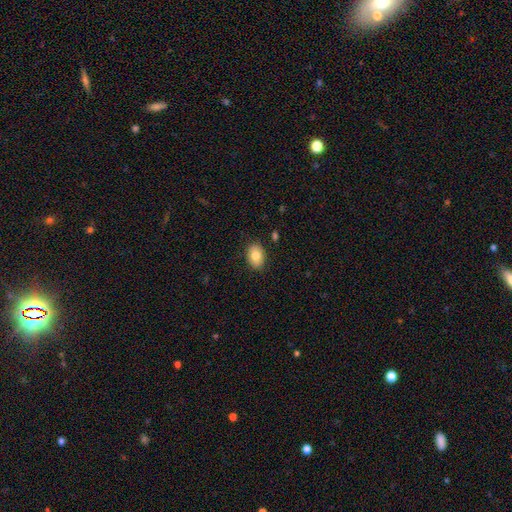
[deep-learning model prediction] smooth-or-featured: smooth: 81% | featured or disk: 12% | star or artifact: 8%
  how-rounded: in between: 80% | round: 19% | cigar-shaped: 1%
  merging: none: 88% | minor disturbance: 9% | major disturbance: 2% | merger: 1%